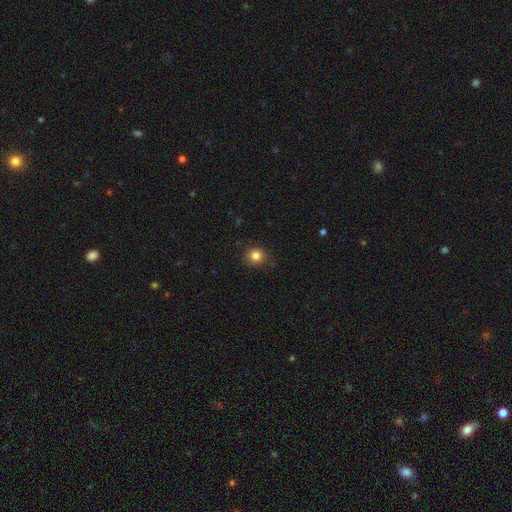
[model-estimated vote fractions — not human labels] This appears to be a smooth galaxy with no disk features (83%) that is round (86%). Merging: none (82%).